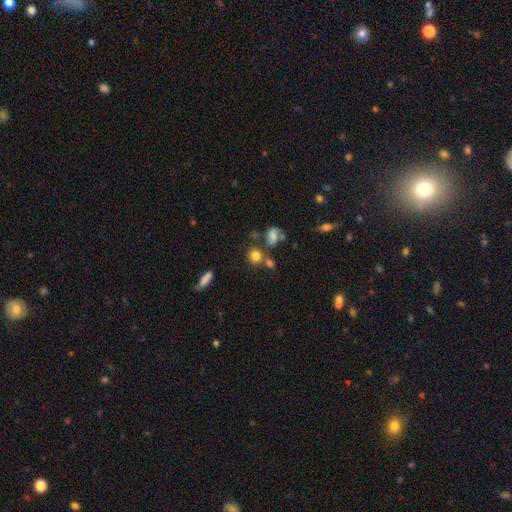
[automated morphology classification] Smooth or featured? smooth (79%)
How rounded? round (80%)
Merging? none (59%)